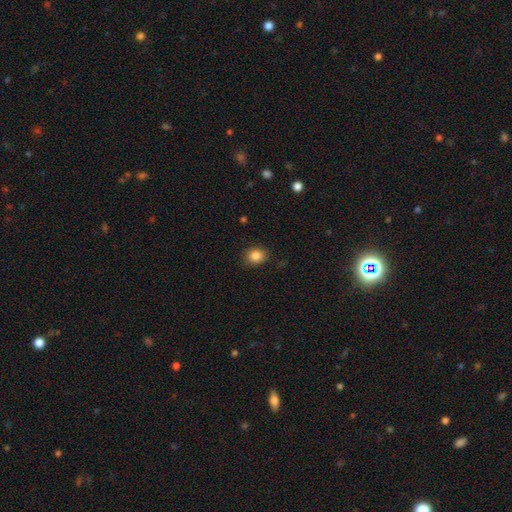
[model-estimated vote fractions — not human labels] Overall: smooth (86%). How rounded: round (57%; in between 42%). Merging: none (87%).